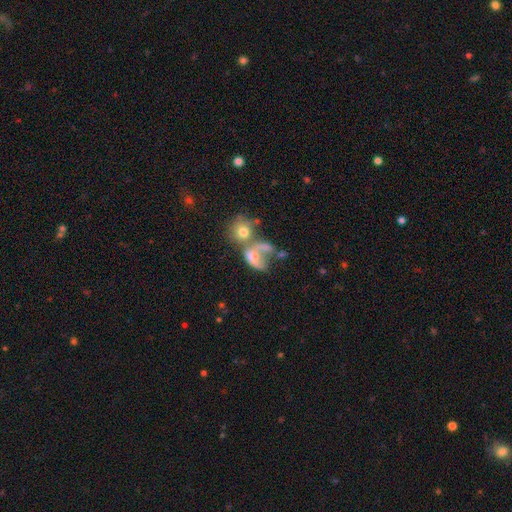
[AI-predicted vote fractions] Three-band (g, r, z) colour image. It shows a featured or disk galaxy (45%). Merging: merger (54%).